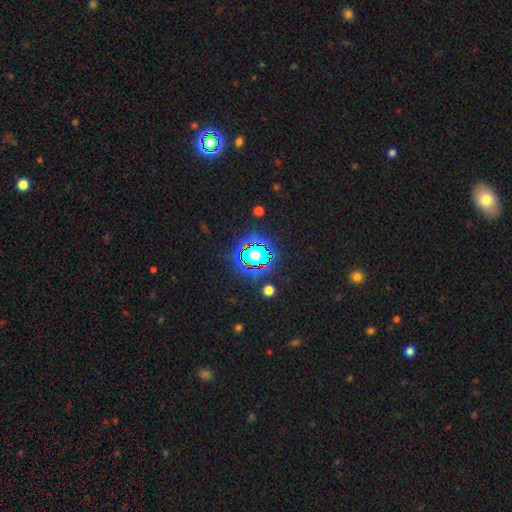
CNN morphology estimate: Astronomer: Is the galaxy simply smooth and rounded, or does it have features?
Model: star or artifact — 69%.